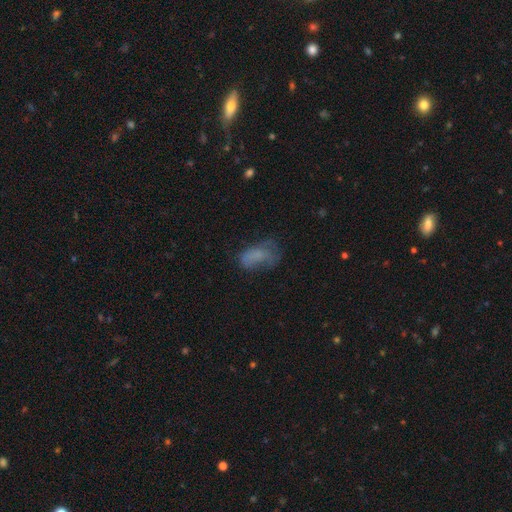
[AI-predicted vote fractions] The model was most divided on "merging": none: 36%, major disturbance: 32%, minor disturbance: 28%, merger: 4%. More confident: how rounded — in between (89%); smooth or featured — smooth (64%).